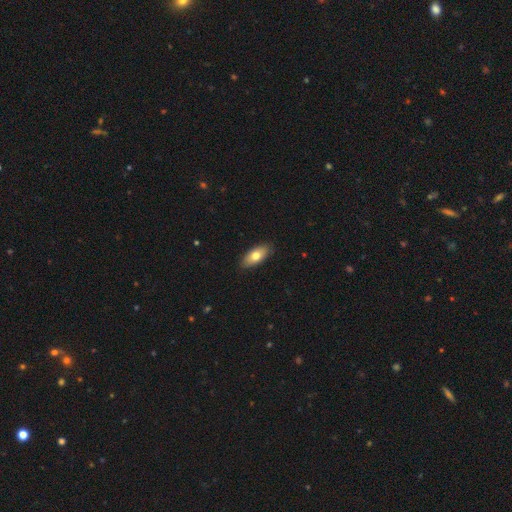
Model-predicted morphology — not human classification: The model was most divided on "smooth or featured": smooth: 74%, featured or disk: 20%, star or artifact: 6%. More confident: how rounded — in between (88%); merging — none (87%).